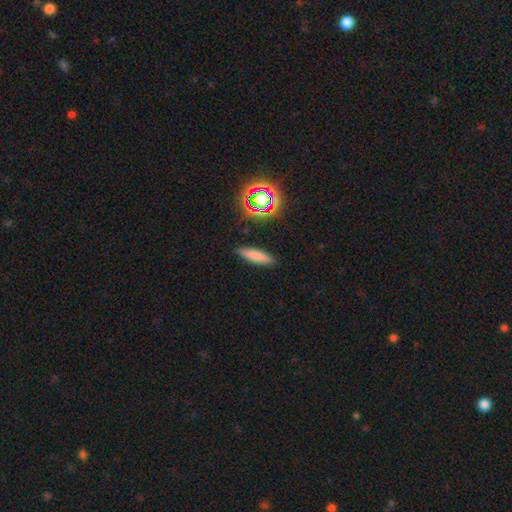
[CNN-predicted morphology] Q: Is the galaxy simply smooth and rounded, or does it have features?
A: smooth — 75%.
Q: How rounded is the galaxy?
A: cigar-shaped — 69%.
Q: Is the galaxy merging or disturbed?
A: none — 88%.